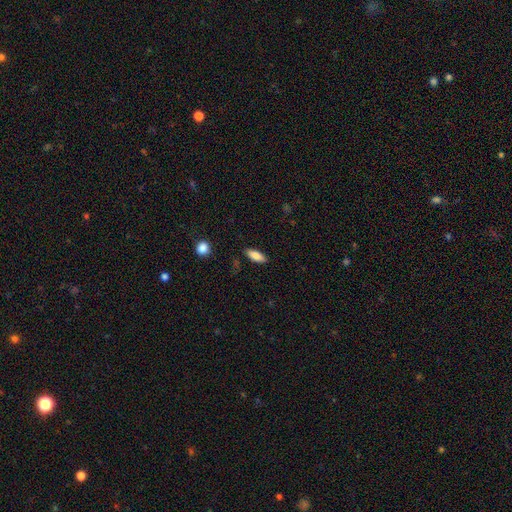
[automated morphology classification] Q: Smooth or featured?
A: smooth (81%); runner-up: featured or disk (12%)
Q: How rounded?
A: in between (72%); runner-up: cigar-shaped (25%)
Q: Merging?
A: none (86%); runner-up: minor disturbance (10%)